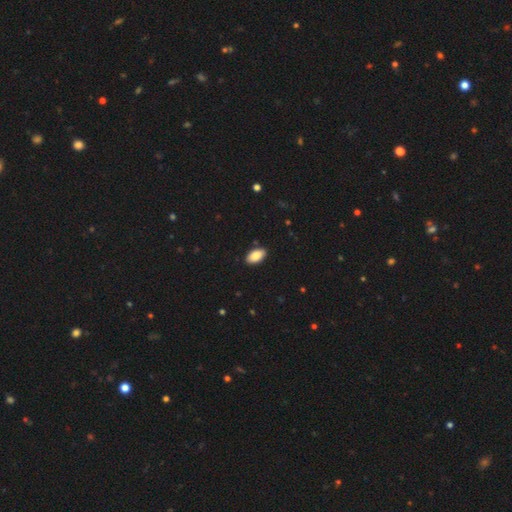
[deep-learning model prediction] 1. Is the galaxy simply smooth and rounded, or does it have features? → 87% smooth, 7% star or artifact, 6% featured or disk.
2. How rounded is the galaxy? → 95% in between, 3% round, 2% cigar-shaped.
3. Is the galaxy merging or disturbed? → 89% none, 8% minor disturbance, 2% major disturbance, 1% merger.